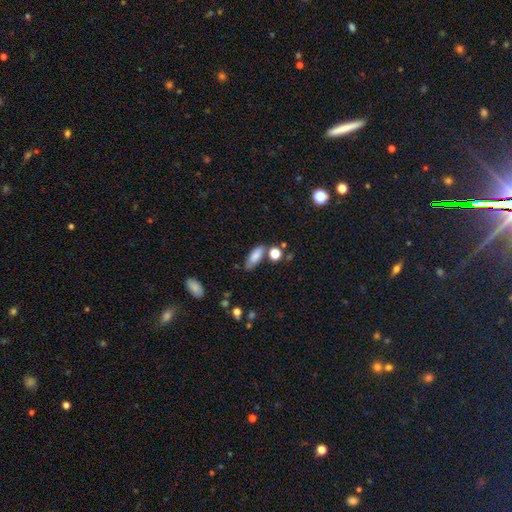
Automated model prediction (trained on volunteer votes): Smooth or featured? Predicted: smooth (p=0.82). How rounded? Predicted: in between (p=0.70). Merging? Predicted: none (p=0.62).